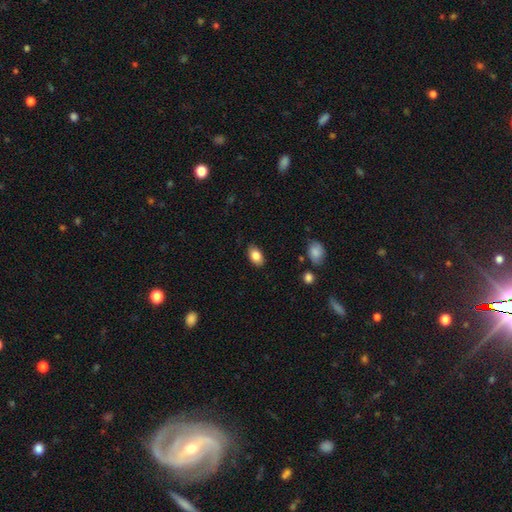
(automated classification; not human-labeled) smooth 84%, featured or disk 8%, star or artifact 8%. Down the decision tree: how rounded — in between (90%); merging — none (85%).